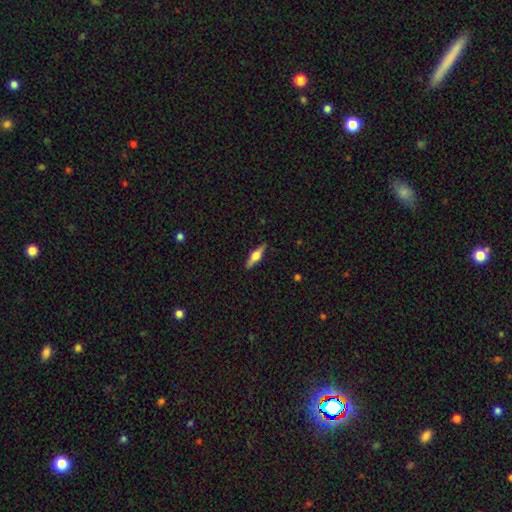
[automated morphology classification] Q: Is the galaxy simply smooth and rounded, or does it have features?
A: featured or disk — 62%.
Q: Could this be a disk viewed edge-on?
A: yes — 96%.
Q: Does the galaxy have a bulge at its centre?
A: rounded — 91%.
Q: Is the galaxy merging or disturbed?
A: none — 89%.